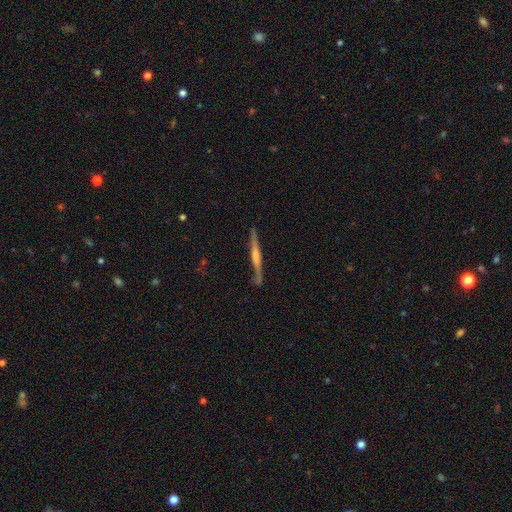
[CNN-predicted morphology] A featured or disk galaxy (67%) viewed edge-on (95%) with a rounded central bulge (43%). Merging: none (79%).